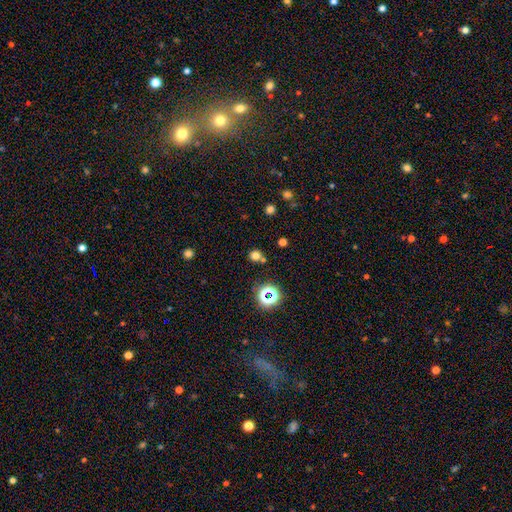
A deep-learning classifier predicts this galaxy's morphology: Q: Smooth or featured?
A: smooth (68%); runner-up: star or artifact (26%)
Q: How rounded?
A: round (88%); runner-up: in between (11%)
Q: Merging?
A: none (73%); runner-up: merger (15%)